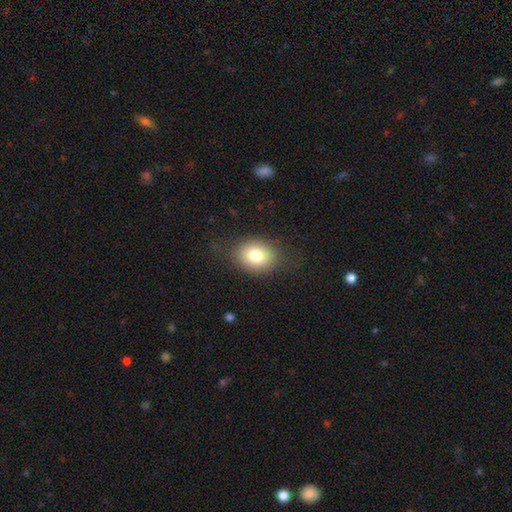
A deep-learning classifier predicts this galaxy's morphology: A smooth galaxy with no disk features (79%) that is in between round and cigar-shaped (53%). Merging: none (80%).